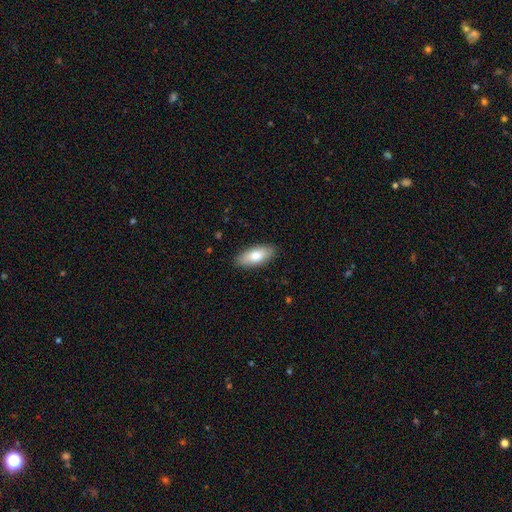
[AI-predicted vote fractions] Overall: smooth (79%). How rounded: in between (83%). Merging: none (88%).